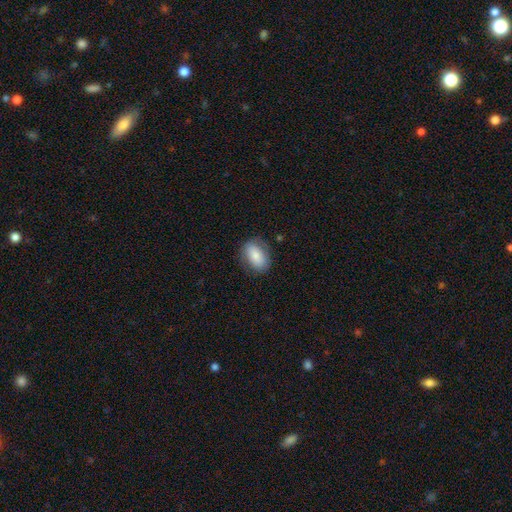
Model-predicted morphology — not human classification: Q: Smooth or featured?
A: smooth (77%); runner-up: featured or disk (16%)
Q: How rounded?
A: in between (84%); runner-up: round (14%)
Q: Merging?
A: none (78%); runner-up: minor disturbance (16%)